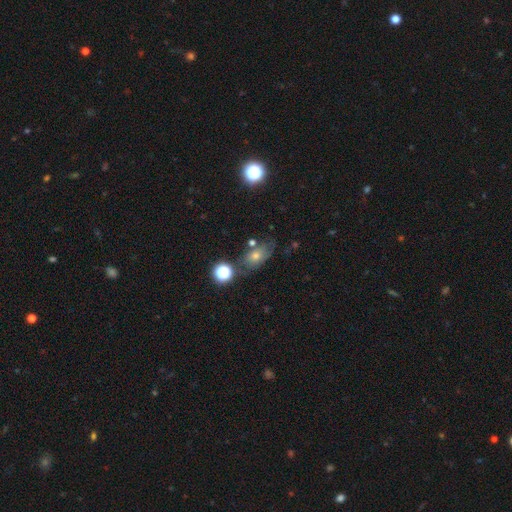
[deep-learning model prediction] The model was most divided on "merging": none: 56%, minor disturbance: 23%, merger: 11%, major disturbance: 10%. More confident: how rounded — in between (78%); smooth or featured — smooth (62%).